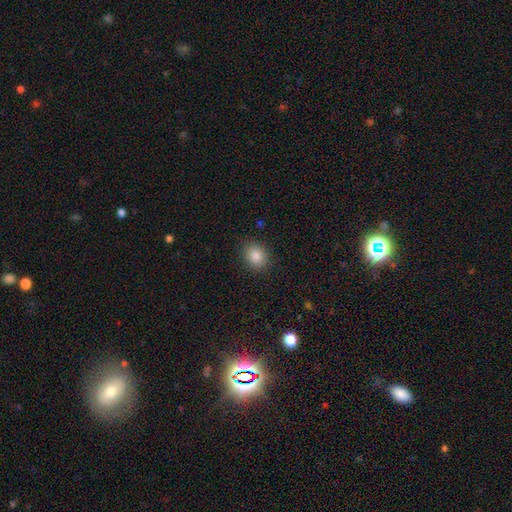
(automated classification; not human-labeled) A smooth galaxy with no disk features (85%) that is round (58%).

Vote fractions:
- Smooth or featured? smooth: 85% / star or artifact: 10% / featured or disk: 5%
- How rounded? round: 58% / in between: 41% / cigar-shaped: 1%
- Merging? none: 89% / minor disturbance: 8% / major disturbance: 2% / merger: 1%